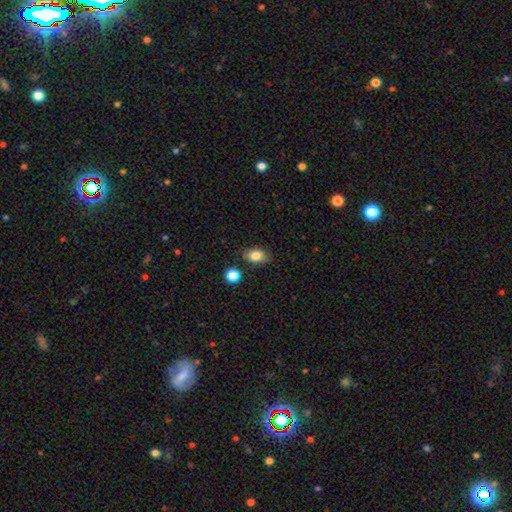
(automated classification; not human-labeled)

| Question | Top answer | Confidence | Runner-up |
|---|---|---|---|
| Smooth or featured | smooth | 83% | star or artifact (9%) |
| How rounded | in between | 82% | round (16%) |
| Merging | none | 83% | minor disturbance (11%) |